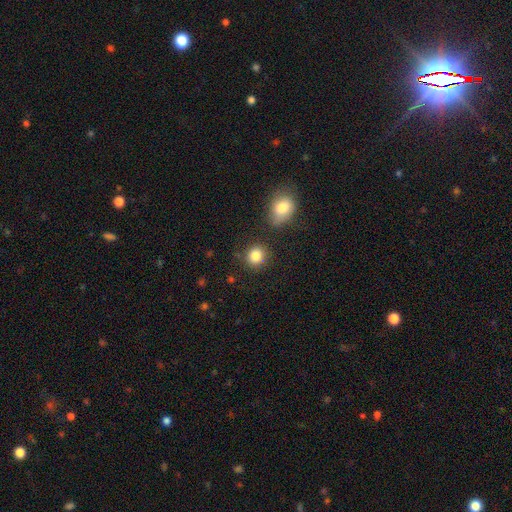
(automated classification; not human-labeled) A smooth galaxy with no disk features (85%) that is round (83%).

Vote fractions:
- Smooth or featured? smooth: 85% / star or artifact: 10% / featured or disk: 5%
- How rounded? round: 83% / in between: 16% / cigar-shaped: 1%
- Merging? none: 81% / minor disturbance: 10% / merger: 6% / major disturbance: 3%